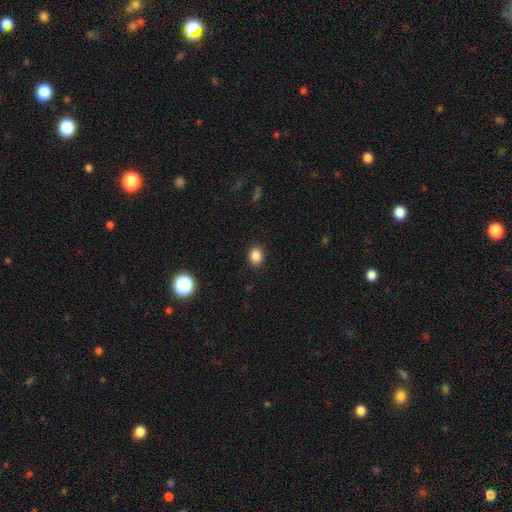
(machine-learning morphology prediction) smooth_or_featured: smooth (p=0.86) [alt: star or artifact p=0.10]
how_rounded: round (p=0.51) [alt: in between p=0.48]
merging: none (p=0.89) [alt: minor disturbance p=0.08]